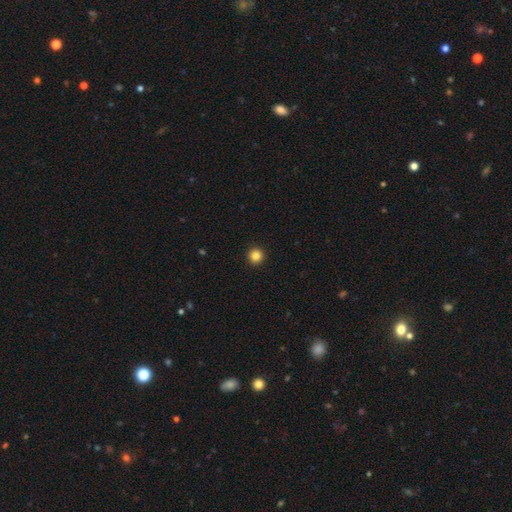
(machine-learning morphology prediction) This appears to be a smooth galaxy with no disk features (85%) that is round (96%). Merging: none (94%).